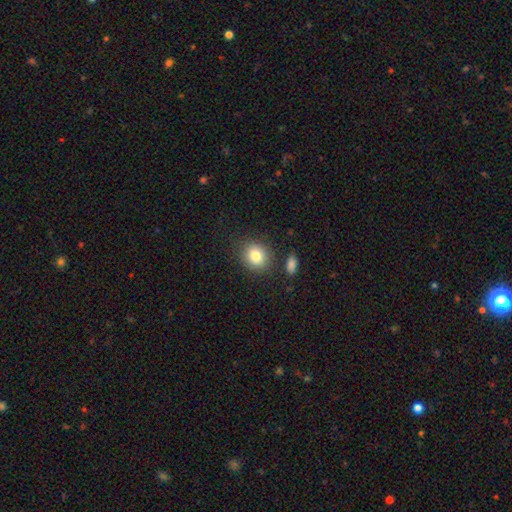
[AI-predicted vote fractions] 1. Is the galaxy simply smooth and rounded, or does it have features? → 83% smooth, 10% star or artifact, 8% featured or disk.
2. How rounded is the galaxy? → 75% round, 24% in between, 1% cigar-shaped.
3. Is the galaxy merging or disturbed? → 80% none, 11% minor disturbance, 5% merger, 4% major disturbance.